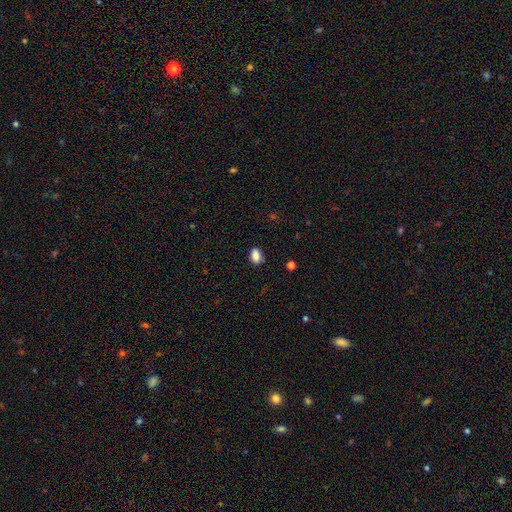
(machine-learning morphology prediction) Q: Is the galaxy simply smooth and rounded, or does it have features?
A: smooth — 86%.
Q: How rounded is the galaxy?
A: in between — 82%.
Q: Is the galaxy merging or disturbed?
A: none — 80%.